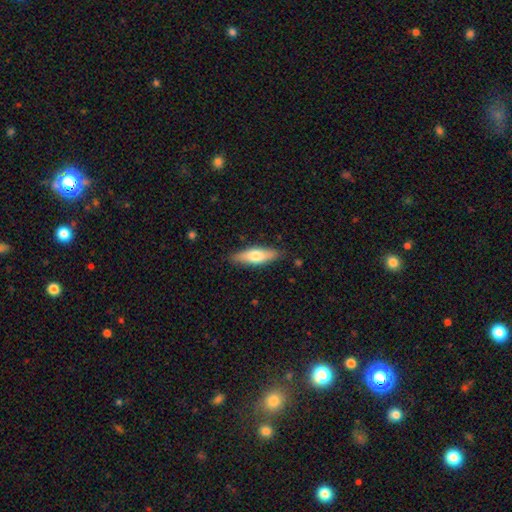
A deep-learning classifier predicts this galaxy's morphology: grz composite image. It shows a smooth galaxy with no disk features (63%) that is cigar-shaped (49%, tied with in between). Merging: none (86%).